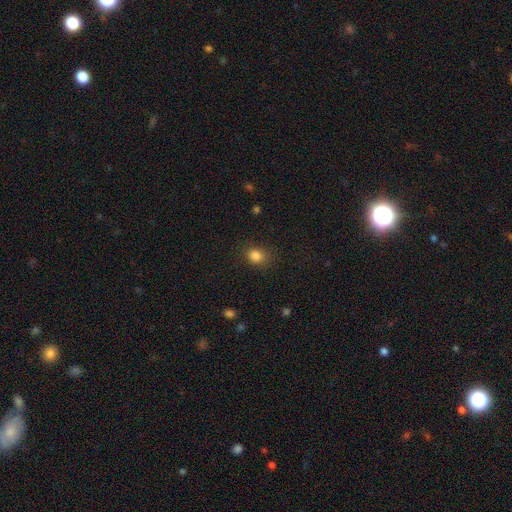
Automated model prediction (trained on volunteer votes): This is clearly a smooth galaxy (84%). How rounded: likely round (62%). Merging: clearly none (81%).